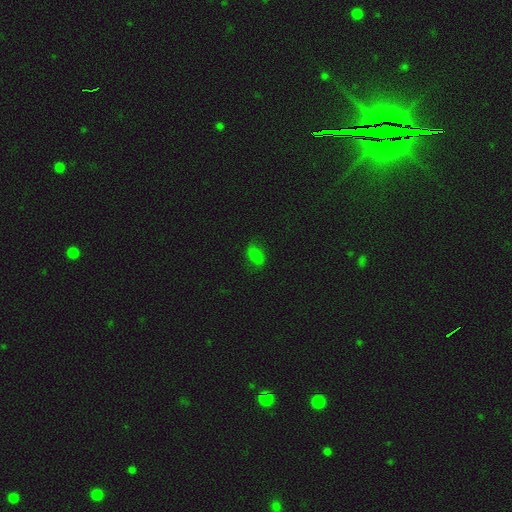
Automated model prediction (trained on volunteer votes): smooth_or_featured: smooth (p=0.76) [alt: star or artifact p=0.16]
how_rounded: in between (p=0.87) [alt: round p=0.10]
merging: none (p=0.75) [alt: minor disturbance p=0.19]